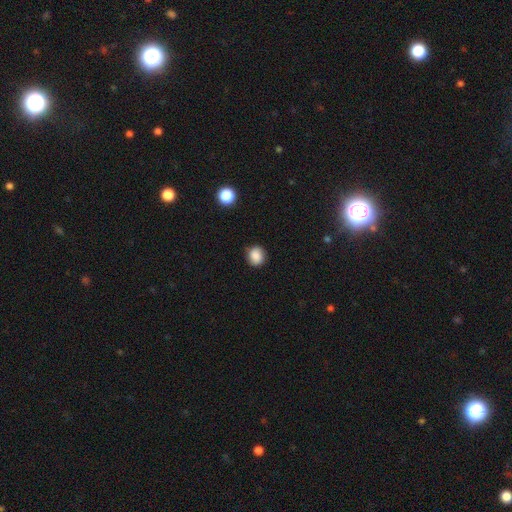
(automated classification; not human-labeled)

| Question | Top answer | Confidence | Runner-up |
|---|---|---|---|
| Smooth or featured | smooth | 86% | star or artifact (9%) |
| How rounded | round | 75% | in between (24%) |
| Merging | none | 83% | minor disturbance (13%) |